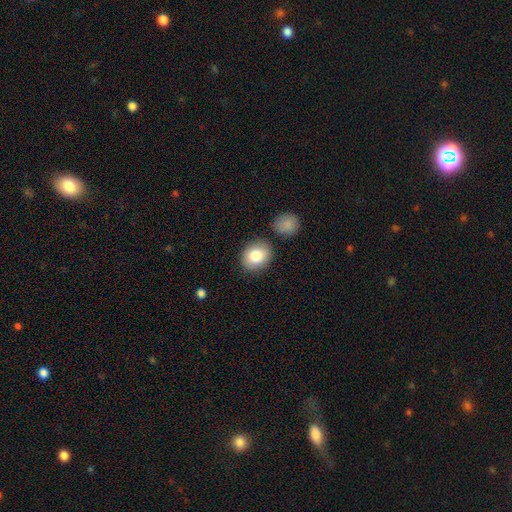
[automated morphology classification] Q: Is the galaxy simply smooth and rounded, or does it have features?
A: smooth — 83%.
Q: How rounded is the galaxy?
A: round — 55%.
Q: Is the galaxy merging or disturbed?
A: none — 81%.